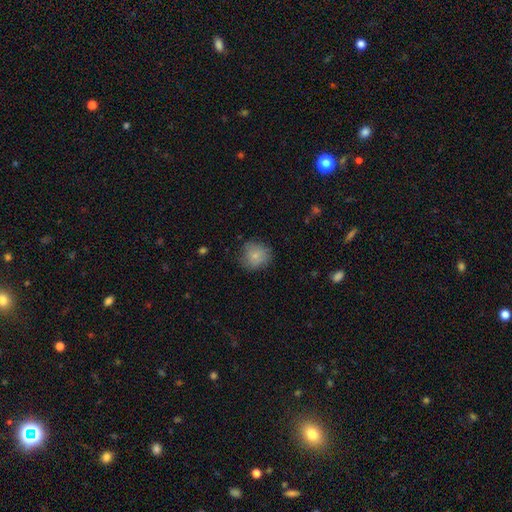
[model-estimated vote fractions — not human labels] Smooth or featured? Predicted: smooth (p=0.79). How rounded? Predicted: round (p=0.85). Merging? Predicted: none (p=0.72).